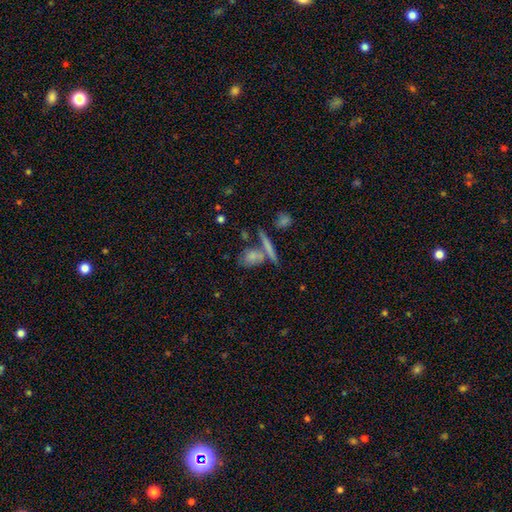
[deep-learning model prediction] Overall: smooth (59%; featured or disk 27%). How rounded: in between (41%; cigar-shaped 31%). Merging: none (54%; merger 29%).